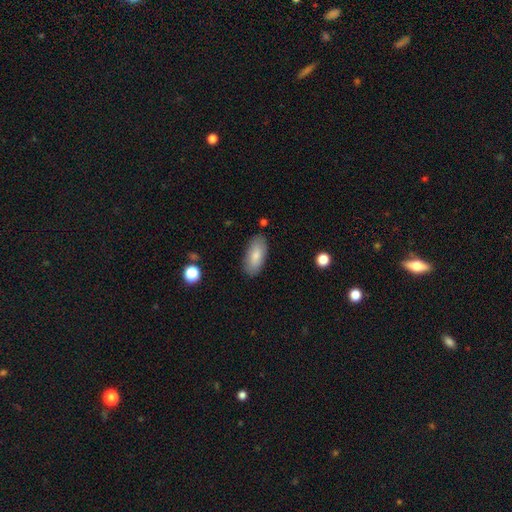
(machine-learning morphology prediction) Overall: smooth (81%). How rounded: in between (89%). Merging: none (85%).